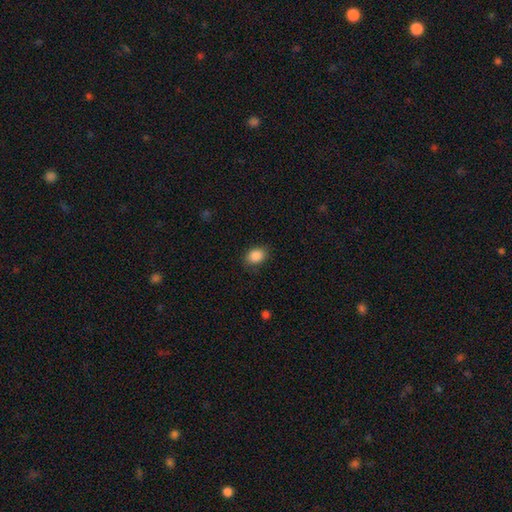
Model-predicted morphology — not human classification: Smooth or featured?
  - smooth: 88% *
  - star or artifact: 9%
  - featured or disk: 4%
How rounded?
  - in between: 66% *
  - round: 33%
  - cigar-shaped: 1%
Merging?
  - none: 83% *
  - minor disturbance: 13%
  - major disturbance: 3%
  - merger: 1%